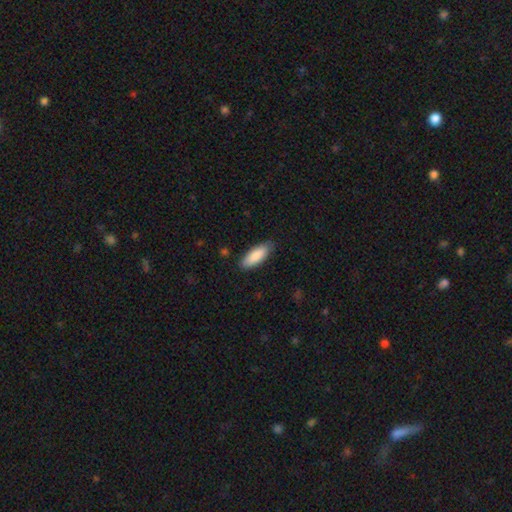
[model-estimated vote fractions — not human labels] Smooth or featured?
  - smooth: 88% *
  - featured or disk: 6%
  - star or artifact: 5%
How rounded?
  - in between: 74% *
  - cigar-shaped: 25%
  - round: 1%
Merging?
  - none: 85% *
  - minor disturbance: 12%
  - major disturbance: 2%
  - merger: 1%